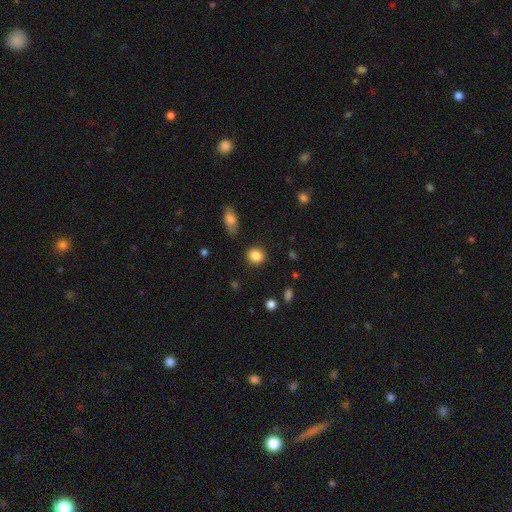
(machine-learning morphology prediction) The model was most divided on "how rounded": round: 80%, in between: 18%, cigar-shaped: 1%. More confident: merging — none (88%); smooth or featured — smooth (86%).